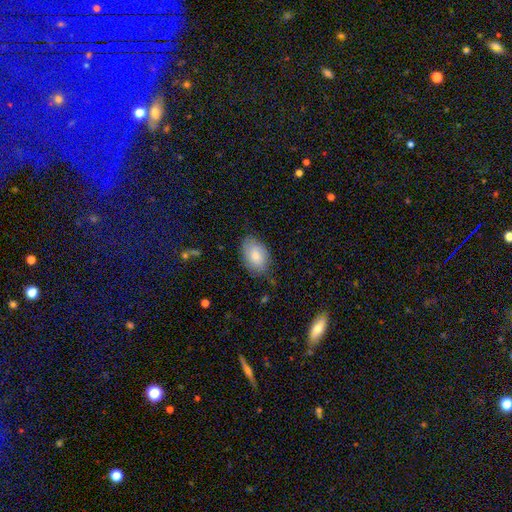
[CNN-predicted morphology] A smooth galaxy with no disk features (79%) that is in between round and cigar-shaped (88%). Merging: none (70%).